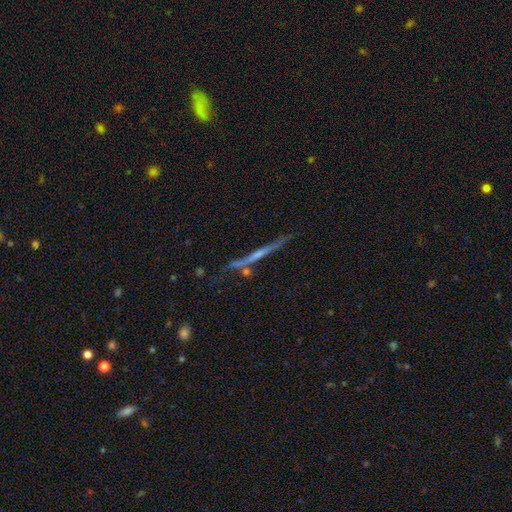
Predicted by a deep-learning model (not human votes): Smooth or featured: featured or disk — 72% (smooth — 20%)
Edge-on disk: yes — 97% (no — 3%)
Edge-on bulge: none — 50% (rounded — 43%)
Merging: none — 79% (minor disturbance — 12%)